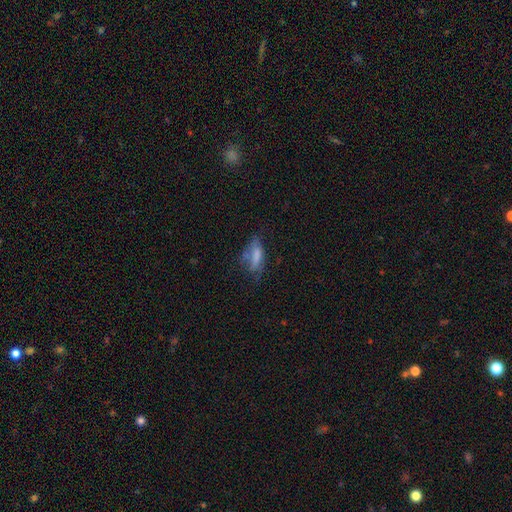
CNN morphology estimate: Overall: smooth (60%; featured or disk 28%). How rounded: in between (65%; cigar-shaped 32%). Merging: none (43%; minor disturbance 28%).